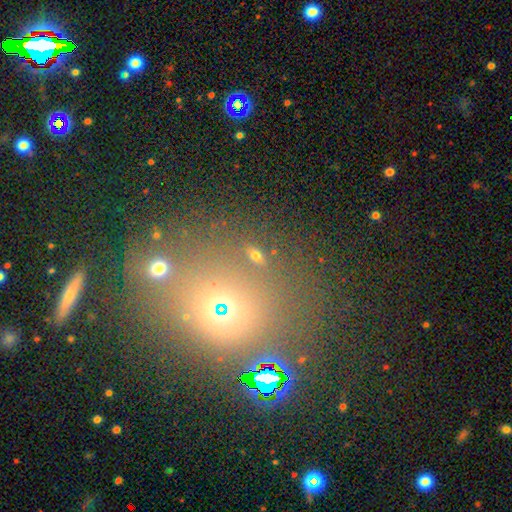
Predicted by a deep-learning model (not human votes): This is possibly a smooth galaxy (55%). How rounded: likely in between (72%). Merging: likely none (74%).